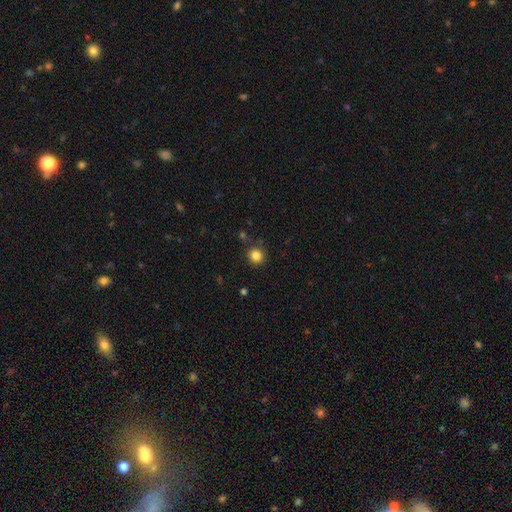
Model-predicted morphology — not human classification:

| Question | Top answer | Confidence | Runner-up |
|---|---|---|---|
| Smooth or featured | smooth | 84% | star or artifact (12%) |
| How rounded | round | 92% | in between (7%) |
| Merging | none | 87% | minor disturbance (8%) |